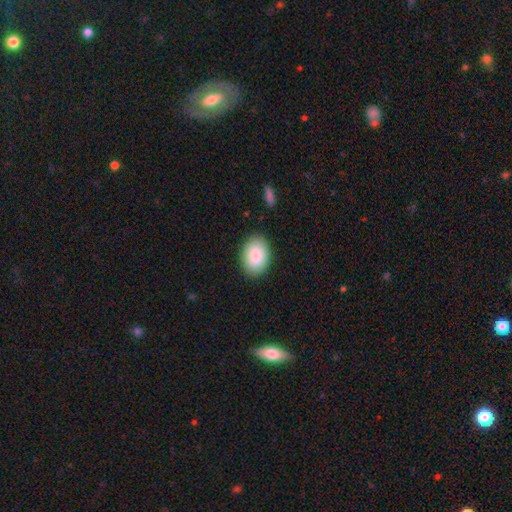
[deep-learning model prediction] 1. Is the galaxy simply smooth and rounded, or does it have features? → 87% smooth, 7% featured or disk, 6% star or artifact.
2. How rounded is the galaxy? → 83% in between, 16% round, 1% cigar-shaped.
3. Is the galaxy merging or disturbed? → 88% none, 9% minor disturbance, 2% major disturbance, 1% merger.